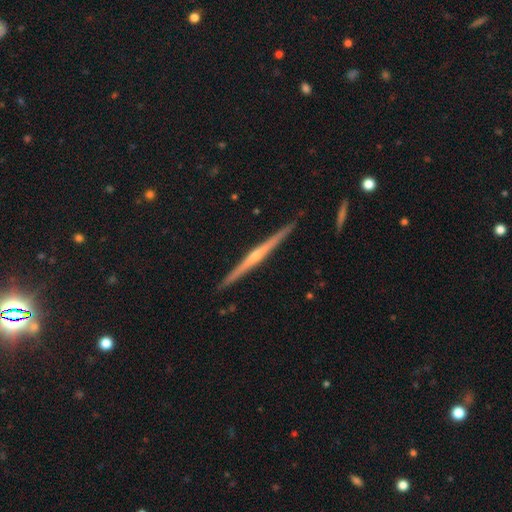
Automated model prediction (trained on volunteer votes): smooth-or-featured: featured or disk: 80% | smooth: 14% | star or artifact: 6%
  disk-edge-on: yes: 98% | no: 2%
    edge-on-bulge: rounded: 73% | none: 22% | boxy: 5%
  merging: none: 91% | minor disturbance: 7% | merger: 1% | major disturbance: 1%